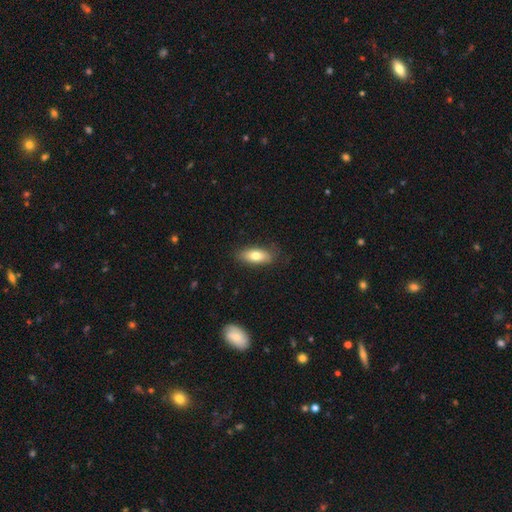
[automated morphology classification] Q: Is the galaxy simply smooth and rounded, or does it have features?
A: smooth — 74%.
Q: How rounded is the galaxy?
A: in between — 79%.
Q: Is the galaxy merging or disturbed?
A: none — 80%.